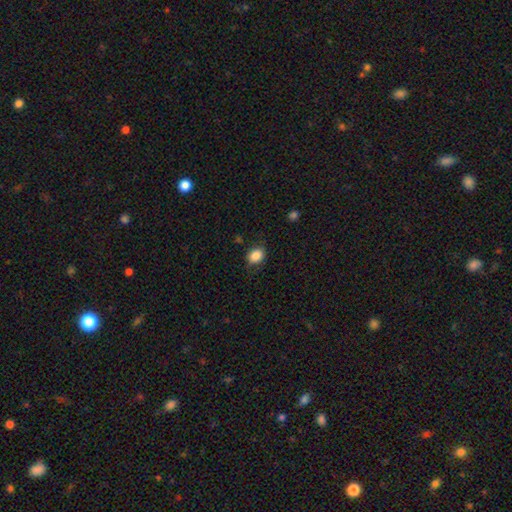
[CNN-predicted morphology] A smooth galaxy with no disk features (86%) that is in between round and cigar-shaped (64%). Merging: none (79%).